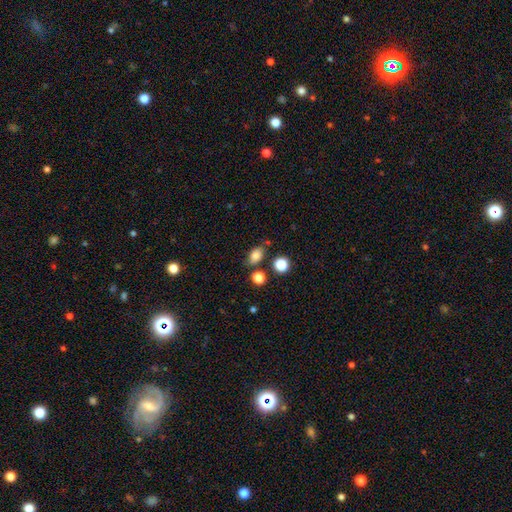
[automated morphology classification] Smooth or featured? Predicted: smooth (p=0.81). How rounded? Predicted: in between (p=0.76). Merging? Predicted: none (p=0.71).